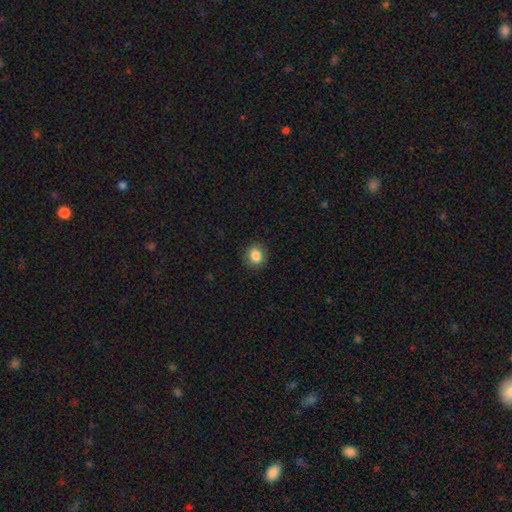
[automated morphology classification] A smooth galaxy with no disk features (86%) that is round (72%).

Vote fractions:
- Smooth or featured? smooth: 86% / star or artifact: 9% / featured or disk: 5%
- How rounded? round: 72% / in between: 27% / cigar-shaped: 1%
- Merging? none: 89% / minor disturbance: 8% / major disturbance: 2% / merger: 1%